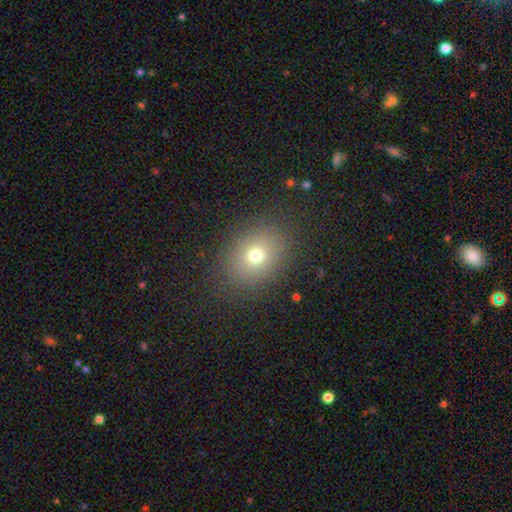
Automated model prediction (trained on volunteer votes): Smooth or featured: smooth — 70% (star or artifact — 17%)
How rounded: round — 50% (in between — 48%)
Merging: none — 84% (minor disturbance — 10%)